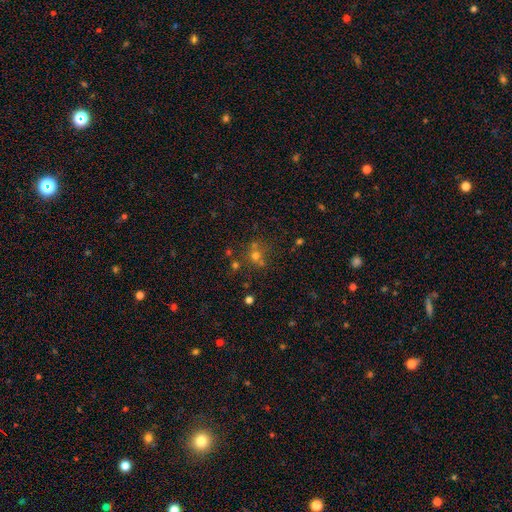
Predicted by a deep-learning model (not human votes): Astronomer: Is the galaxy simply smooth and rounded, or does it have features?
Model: smooth — 53% (runner-up: star or artifact, 33%).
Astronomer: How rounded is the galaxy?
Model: round — 85%.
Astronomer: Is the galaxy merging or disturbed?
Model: none — 58%.